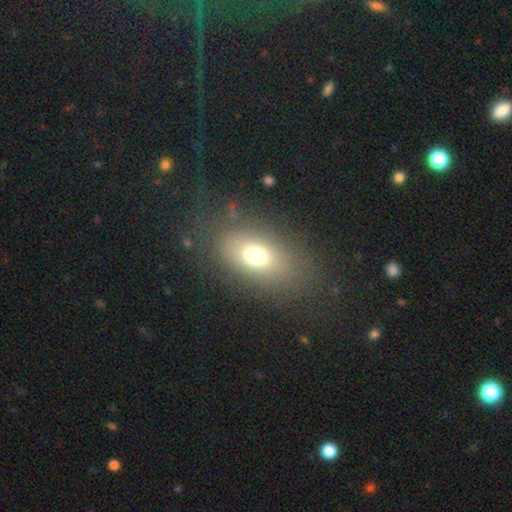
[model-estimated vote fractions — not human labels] smooth-or-featured: smooth: 69% | featured or disk: 17% | star or artifact: 15%
  how-rounded: in between: 78% | round: 20% | cigar-shaped: 3%
  merging: none: 75% | minor disturbance: 13% | major disturbance: 11% | merger: 2%